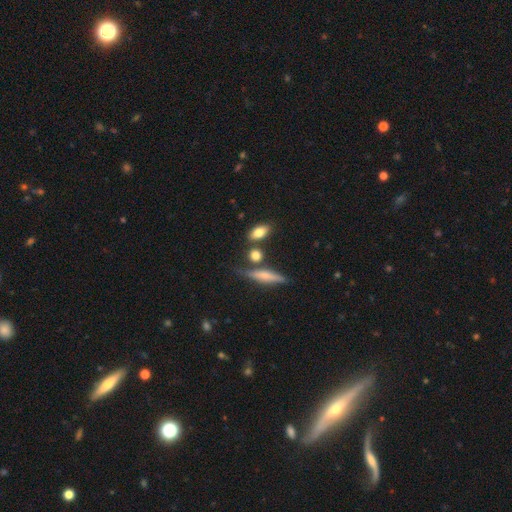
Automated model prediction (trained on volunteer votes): A smooth galaxy with no disk features (70%) that is in between round and cigar-shaped (49%).

Vote fractions:
- Smooth or featured? smooth: 70% / featured or disk: 21% / star or artifact: 9%
- How rounded? in between: 49% / cigar-shaped: 26% / round: 25%
- Merging? none: 68% / minor disturbance: 15% / merger: 12% / major disturbance: 5%